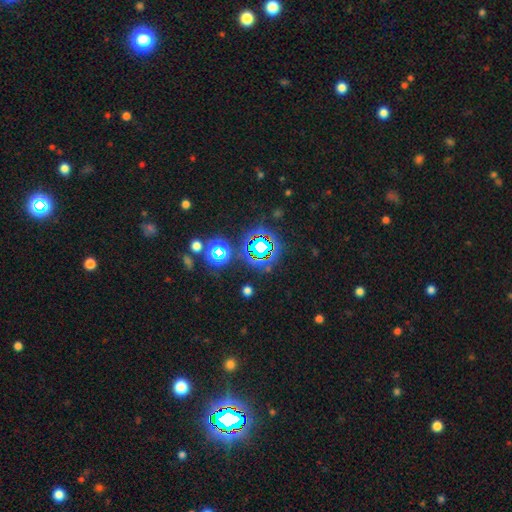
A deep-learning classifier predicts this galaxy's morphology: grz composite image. It shows a star or artifact, not a galaxy (79%).